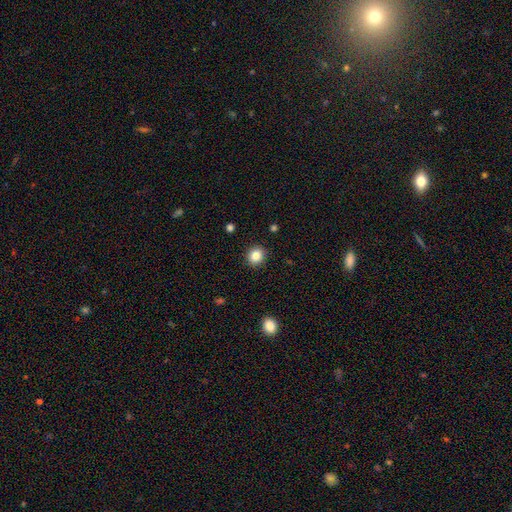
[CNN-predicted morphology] Smooth or featured: smooth — 84% (star or artifact — 10%)
How rounded: round — 83% (in between — 16%)
Merging: none — 91% (minor disturbance — 6%)